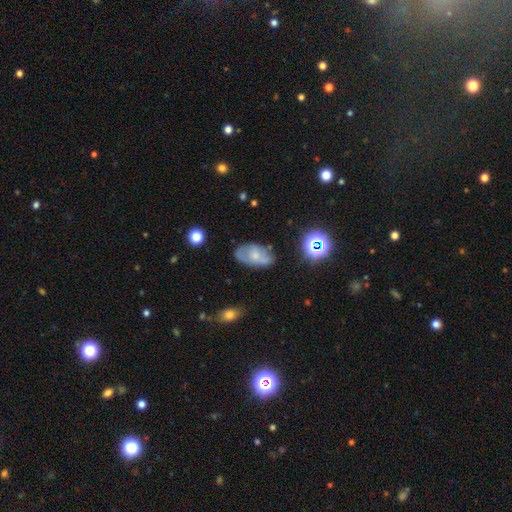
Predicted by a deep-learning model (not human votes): smooth 47%, featured or disk 42%, star or artifact 10%. Down the decision tree: merging — none (61%).